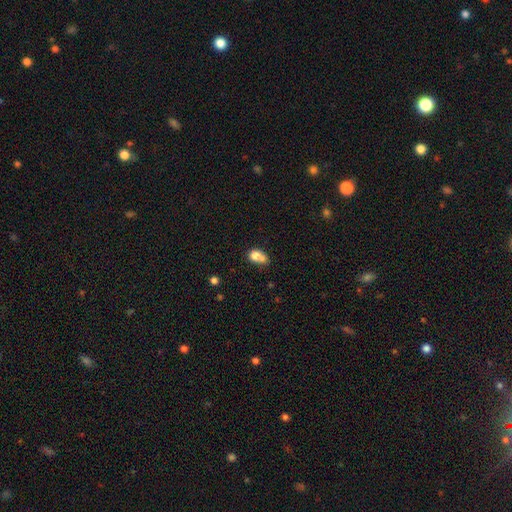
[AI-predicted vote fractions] Q: Smooth or featured?
A: smooth (75%); runner-up: featured or disk (14%)
Q: How rounded?
A: in between (57%); runner-up: round (42%)
Q: Merging?
A: merger (40%); runner-up: none (32%)